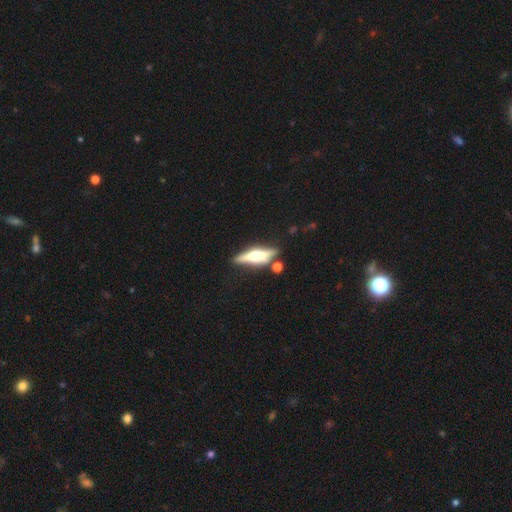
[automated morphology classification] Smooth or featured: featured or disk — 67% (smooth — 27%)
Edge-on disk: yes — 95% (no — 5%)
Edge-on bulge: rounded — 88% (boxy — 9%)
Merging: none — 72% (minor disturbance — 14%)